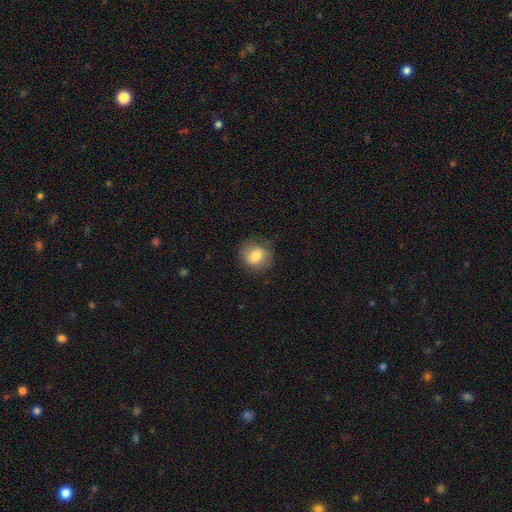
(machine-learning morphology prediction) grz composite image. It shows a smooth galaxy with no disk features (77%) that is round (74%). Merging: none (80%).